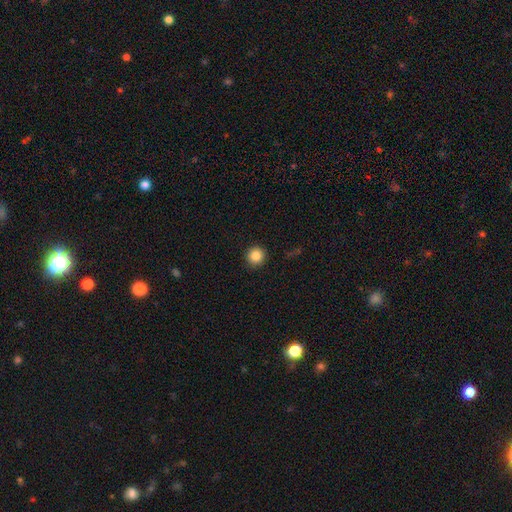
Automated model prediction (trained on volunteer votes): This is clearly a smooth galaxy (85%). How rounded: clearly round (95%). Merging: clearly none (91%).